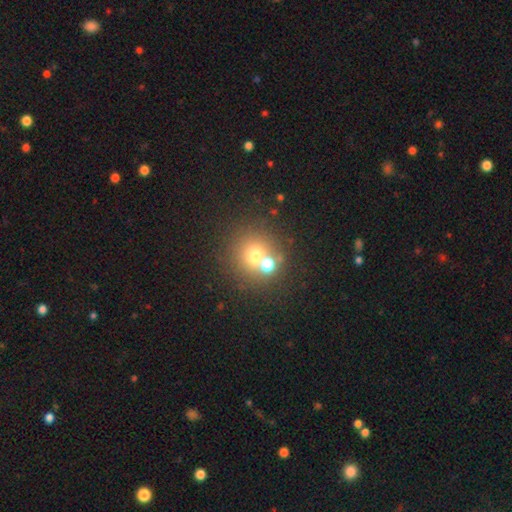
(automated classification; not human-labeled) This appears to be a smooth galaxy with no disk features (65%) that is round (89%). Merging: none (51%).